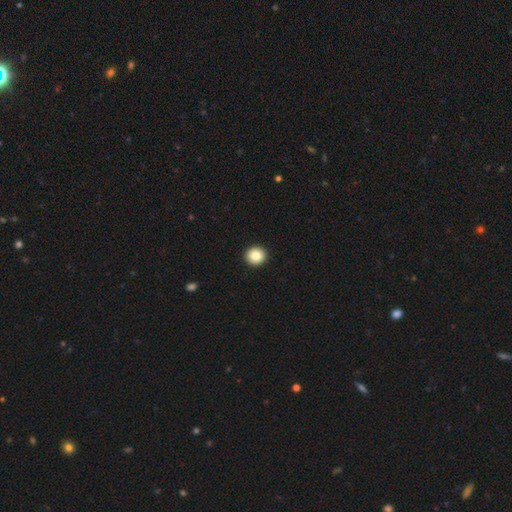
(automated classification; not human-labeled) Smooth or featured? Predicted: smooth (p=0.87). How rounded? Predicted: round (p=0.89). Merging? Predicted: none (p=0.93).